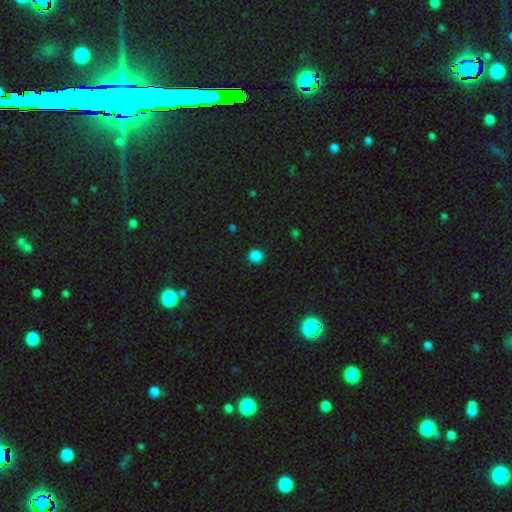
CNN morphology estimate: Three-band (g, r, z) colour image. It shows a smooth galaxy with no disk features (84%) that is round (91%). Merging: none (91%).